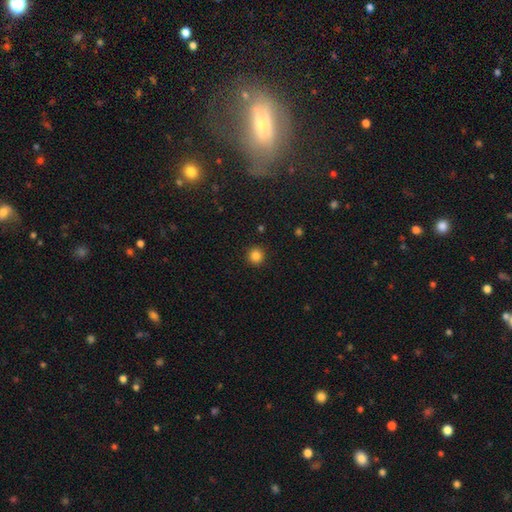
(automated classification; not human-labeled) smooth-or-featured: smooth: 85% | star or artifact: 12% | featured or disk: 4%
  how-rounded: round: 95% | in between: 4% | cigar-shaped: 1%
  merging: none: 92% | minor disturbance: 5% | major disturbance: 2% | merger: 1%